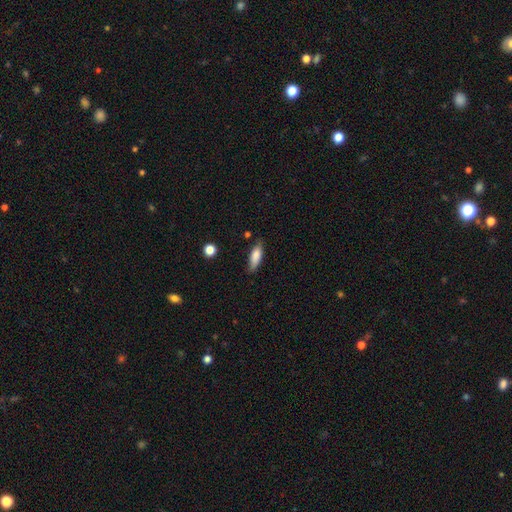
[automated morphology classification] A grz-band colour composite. It shows a smooth galaxy with no disk features (81%) that is in between round and cigar-shaped (60%). Merging: none (72%).